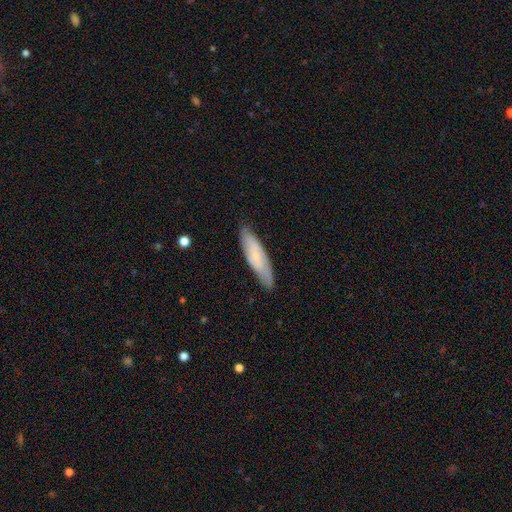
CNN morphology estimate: type=smooth (51%); roundness=cigar-shaped (65%); merging=none (80%).